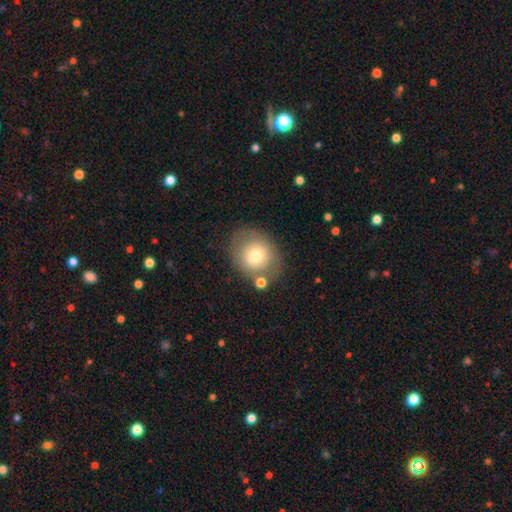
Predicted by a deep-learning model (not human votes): Q: Smooth or featured?
A: smooth (68%); runner-up: featured or disk (23%)
Q: How rounded?
A: round (63%); runner-up: in between (36%)
Q: Merging?
A: none (69%); runner-up: minor disturbance (15%)